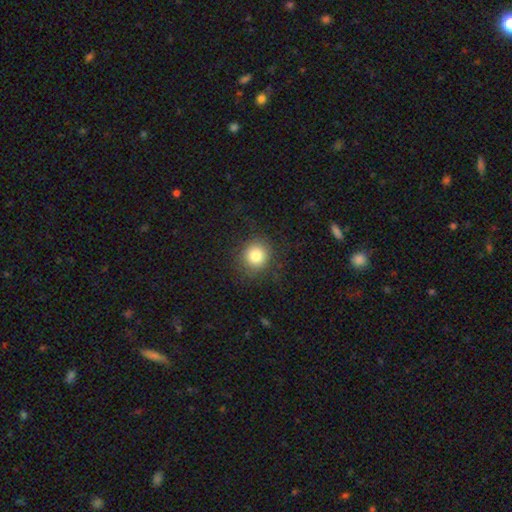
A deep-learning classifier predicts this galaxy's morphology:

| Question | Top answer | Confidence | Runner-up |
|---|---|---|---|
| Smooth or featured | smooth | 81% | star or artifact (10%) |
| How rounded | round | 91% | in between (8%) |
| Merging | none | 84% | minor disturbance (9%) |